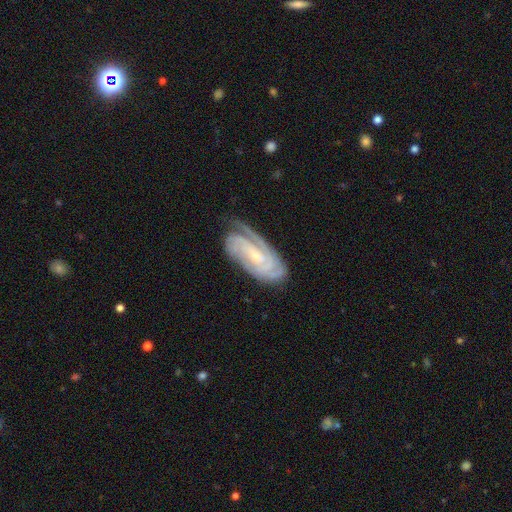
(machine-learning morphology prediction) Q: Smooth or featured?
A: featured or disk (86%); runner-up: smooth (8%)
Q: Edge-on disk?
A: no (95%); runner-up: yes (5%)
Q: Bar?
A: no (49%); runner-up: weak (37%)
Q: Spiral arms?
A: yes (97%); runner-up: no (3%)
Q: Spiral winding?
A: tight (70%); runner-up: medium (25%)
Q: Spiral arm count?
A: 3 (26%); runner-up: can't tell (25%)
Q: Bulge size?
A: small (71%); runner-up: moderate (23%)
Q: Merging?
A: none (71%); runner-up: minor disturbance (21%)